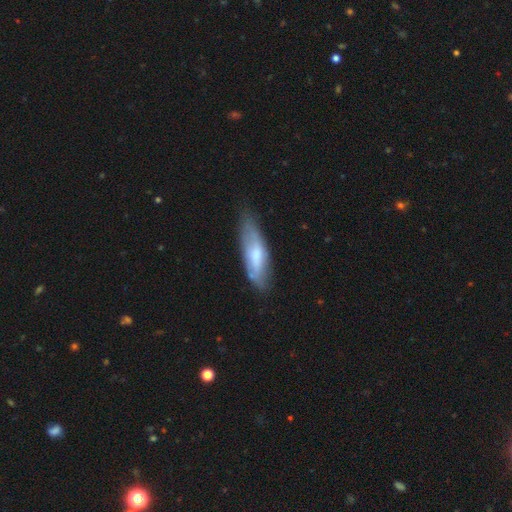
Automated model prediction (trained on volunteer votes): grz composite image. It shows a smooth galaxy with no disk features (57%) that is in between round and cigar-shaped (52%). Merging: none (63%).